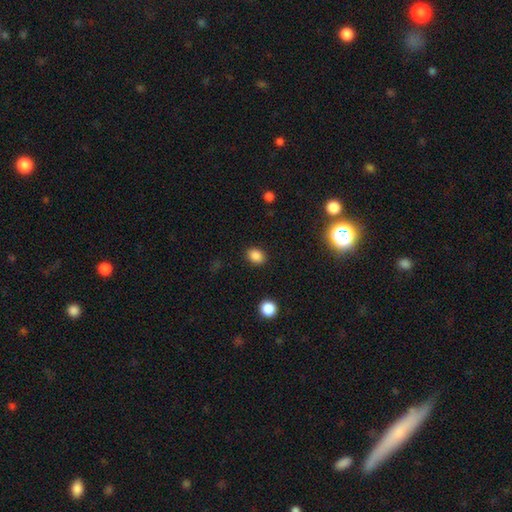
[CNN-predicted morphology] Smooth or featured? Predicted: smooth (p=0.86). How rounded? Predicted: in between (p=0.56). Merging? Predicted: none (p=0.88).